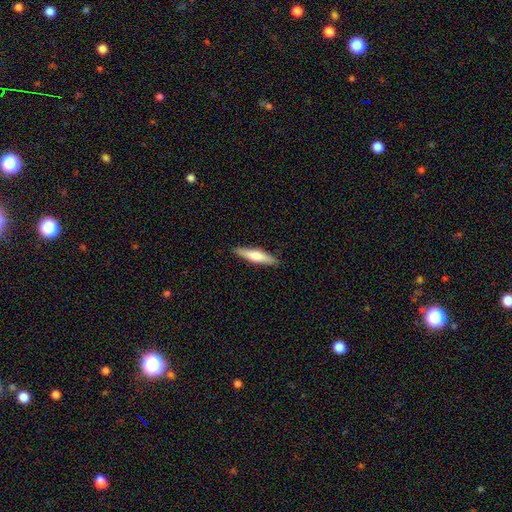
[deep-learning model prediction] Smooth or featured: smooth — 61% (featured or disk — 34%)
How rounded: cigar-shaped — 83% (in between — 16%)
Merging: none — 89% (minor disturbance — 8%)